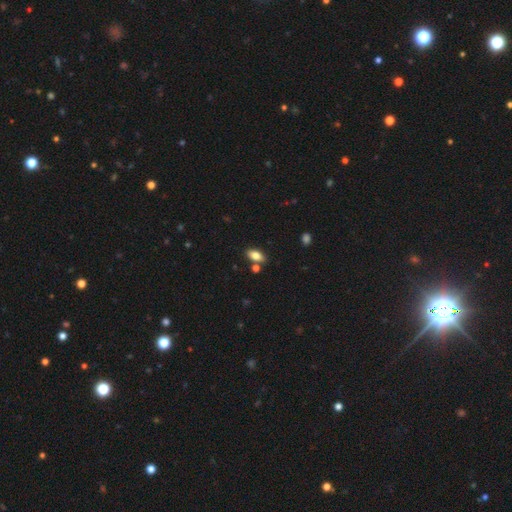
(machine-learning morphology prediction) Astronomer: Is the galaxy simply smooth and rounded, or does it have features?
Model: smooth — 76%.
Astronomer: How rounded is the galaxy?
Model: in between — 88%.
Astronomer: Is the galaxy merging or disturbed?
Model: none — 77%.